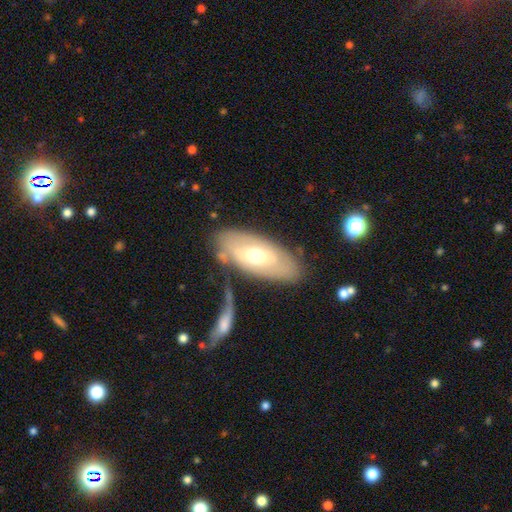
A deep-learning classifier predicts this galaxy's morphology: Smooth or featured: featured or disk — 48% (smooth — 46%)
Merging: none — 63% (minor disturbance — 18%)